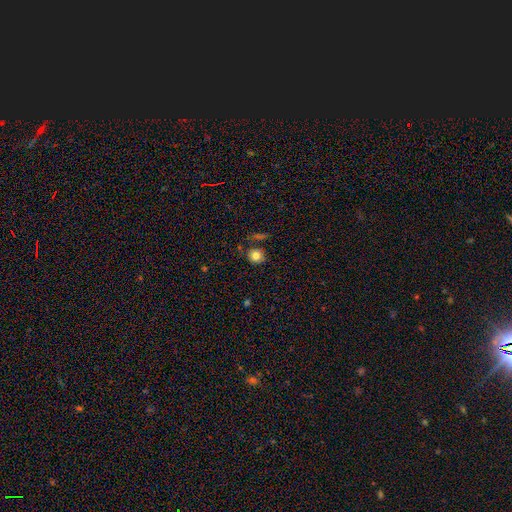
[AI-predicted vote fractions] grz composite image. It shows a smooth galaxy with no disk features (81%) that is round (87%). Merging: none (79%).